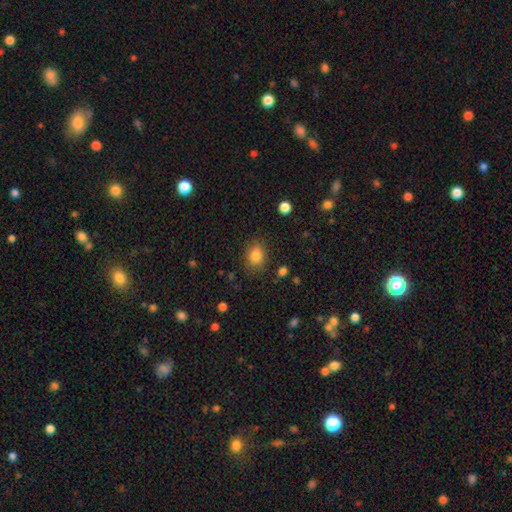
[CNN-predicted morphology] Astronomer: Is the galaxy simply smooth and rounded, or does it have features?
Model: smooth — 84%.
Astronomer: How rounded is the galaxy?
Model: in between — 56% (runner-up: round, 43%).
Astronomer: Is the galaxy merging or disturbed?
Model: none — 83%.